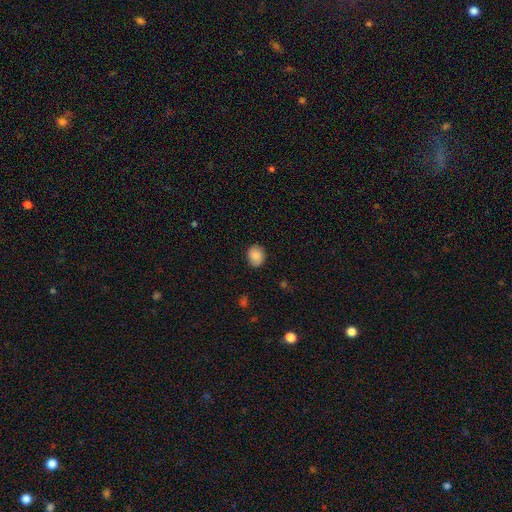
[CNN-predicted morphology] This is clearly a smooth galaxy (85%). How rounded: likely round (61%). Merging: clearly none (86%).